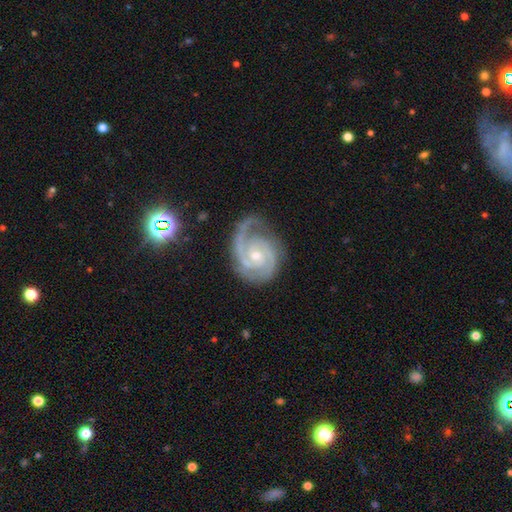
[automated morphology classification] type=featured or disk (92%); edge-on=no (98%); bar=no (65%); spiral arms=yes (99%); winding=tight (57%); arm count=2 (67%); bulge=small (56%); merging=none (71%).